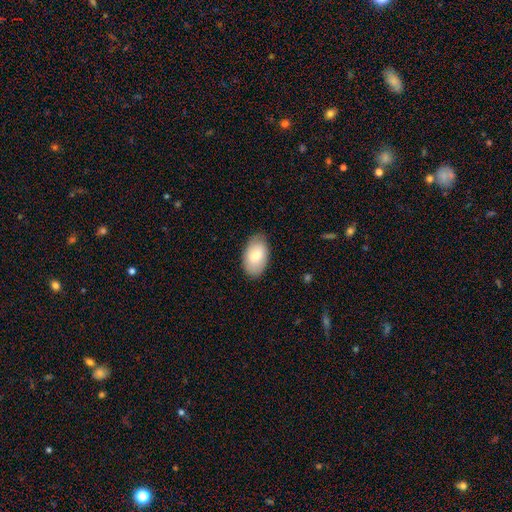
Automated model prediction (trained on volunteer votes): The model was most divided on "smooth or featured": smooth: 76%, featured or disk: 18%, star or artifact: 6%. More confident: how rounded — in between (94%); merging — none (82%).